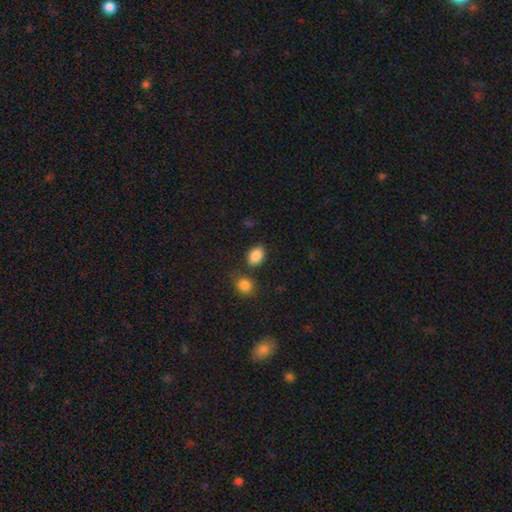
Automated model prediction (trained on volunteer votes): smooth 88%, star or artifact 8%, featured or disk 4%. Down the decision tree: how rounded — in between (77%); merging — none (76%).